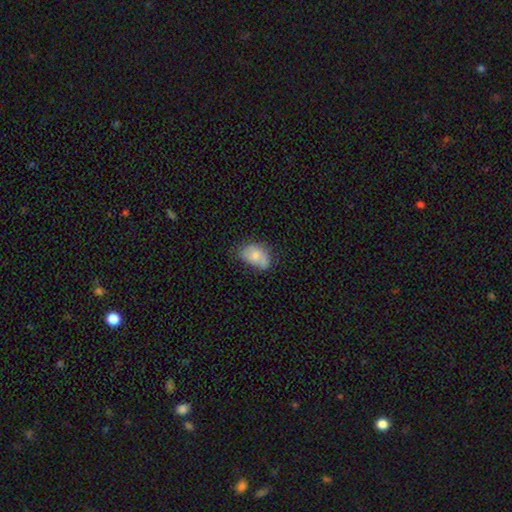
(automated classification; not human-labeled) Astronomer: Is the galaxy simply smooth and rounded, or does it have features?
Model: smooth — 69%.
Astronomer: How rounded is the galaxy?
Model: in between — 82%.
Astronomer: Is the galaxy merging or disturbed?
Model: none — 43% (runner-up: minor disturbance, 37%).